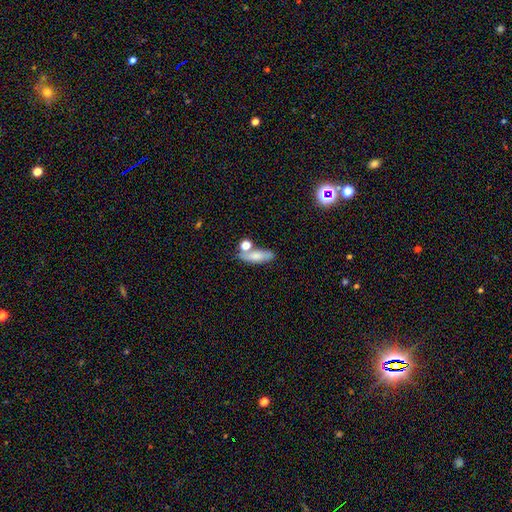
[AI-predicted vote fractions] smooth-or-featured: smooth: 72% | featured or disk: 19% | star or artifact: 9%
  how-rounded: in between: 56% | cigar-shaped: 37% | round: 7%
  merging: none: 55% | merger: 22% | minor disturbance: 16% | major disturbance: 6%